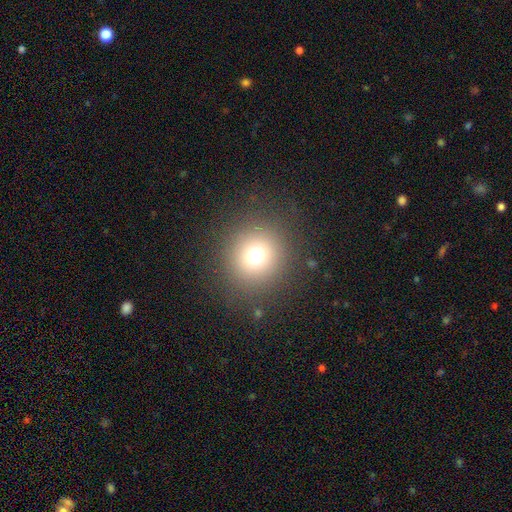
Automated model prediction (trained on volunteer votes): Smooth or featured? Predicted: smooth (p=0.69). How rounded? Predicted: round (p=0.93). Merging? Predicted: none (p=0.87).